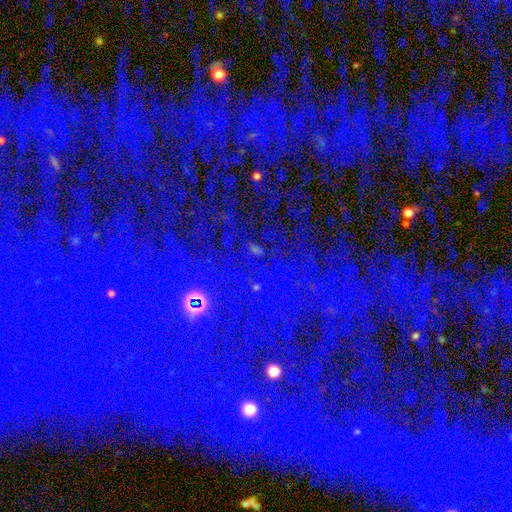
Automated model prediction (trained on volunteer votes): star or artifact 83%, featured or disk 9%, smooth 8%.